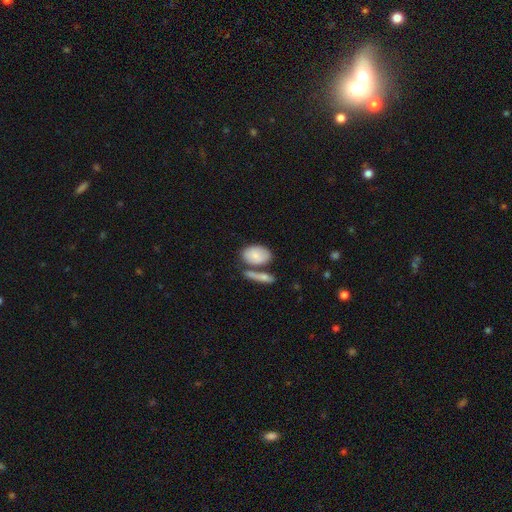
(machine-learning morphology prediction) A smooth galaxy with no disk features (79%) that is in between round and cigar-shaped (88%).

Vote fractions:
- Smooth or featured? smooth: 79% / featured or disk: 15% / star or artifact: 6%
- How rounded? in between: 88% / round: 9% / cigar-shaped: 3%
- Merging? none: 50% / merger: 31% / minor disturbance: 14% / major disturbance: 5%